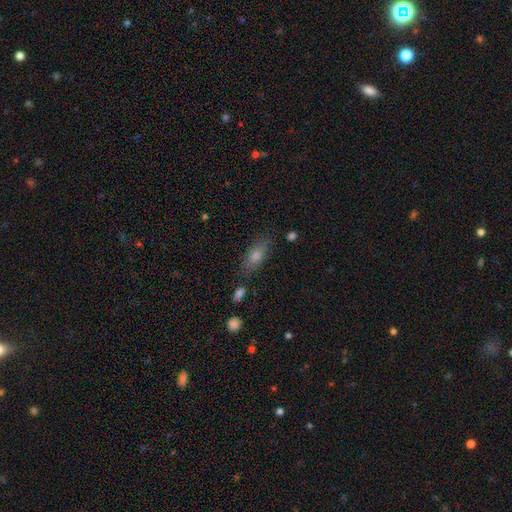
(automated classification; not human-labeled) Morphology: type=smooth (66%); roundness=in between (73%); merging=none (79%).